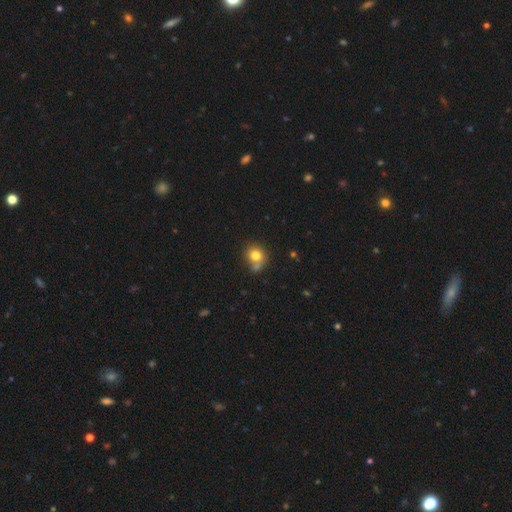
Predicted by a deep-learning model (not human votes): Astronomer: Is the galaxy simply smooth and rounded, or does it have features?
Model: smooth — 79%.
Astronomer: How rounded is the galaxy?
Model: round — 81%.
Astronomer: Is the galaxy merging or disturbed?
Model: none — 58%.